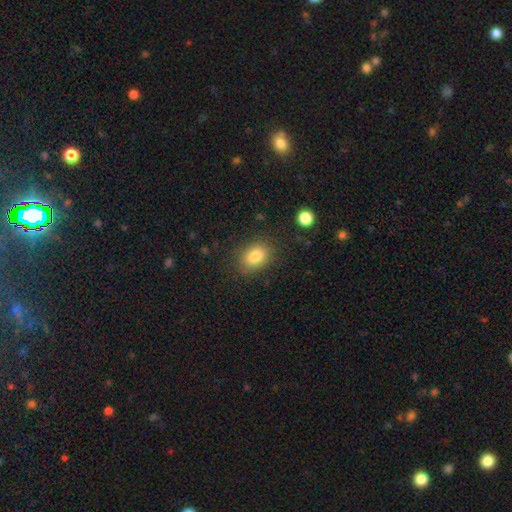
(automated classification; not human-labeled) This is clearly a smooth galaxy (83%). How rounded: likely in between (73%). Merging: clearly none (83%).